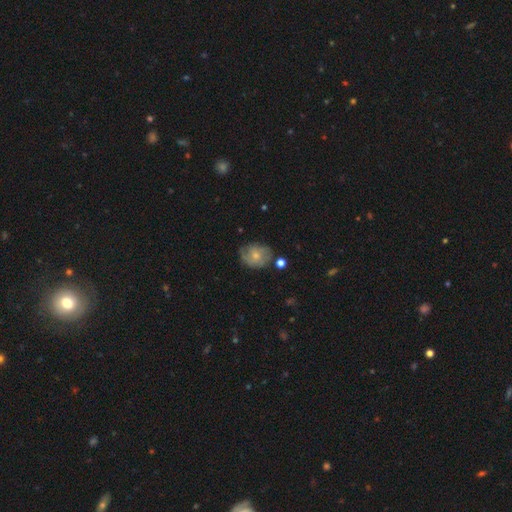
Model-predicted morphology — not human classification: Smooth or featured?
  - smooth: 48% *
  - featured or disk: 44%
  - star or artifact: 9%
Merging?
  - none: 59% *
  - minor disturbance: 27%
  - major disturbance: 10%
  - merger: 4%